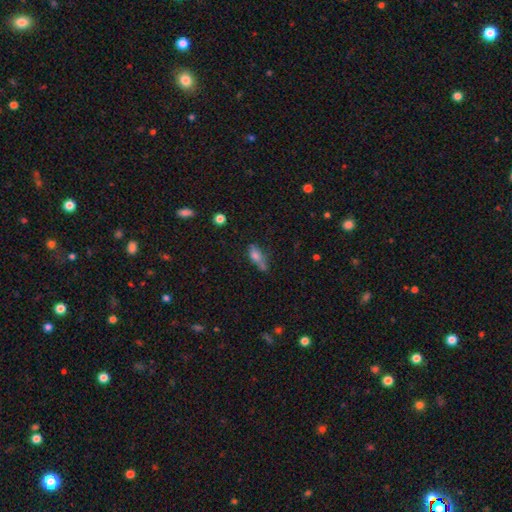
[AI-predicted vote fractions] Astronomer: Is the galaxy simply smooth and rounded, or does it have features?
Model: smooth — 68%.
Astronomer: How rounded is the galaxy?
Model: in between — 69%.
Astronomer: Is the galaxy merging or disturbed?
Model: none — 42% (runner-up: minor disturbance, 28%).